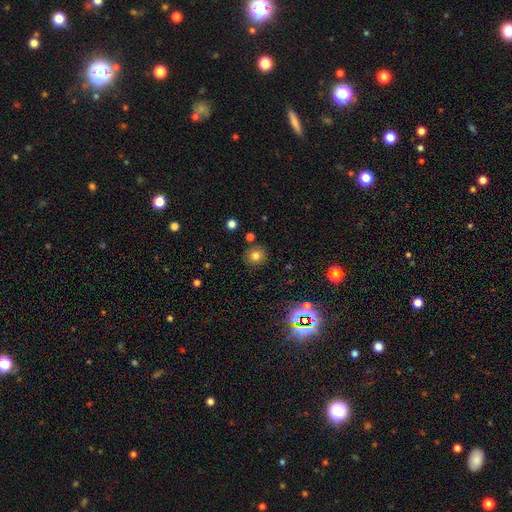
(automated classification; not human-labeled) A smooth galaxy with no disk features (74%) that is round (90%).

Vote fractions:
- Smooth or featured? smooth: 74% / star or artifact: 17% / featured or disk: 9%
- How rounded? round: 90% / in between: 9% / cigar-shaped: 1%
- Merging? none: 85% / minor disturbance: 8% / merger: 4% / major disturbance: 3%